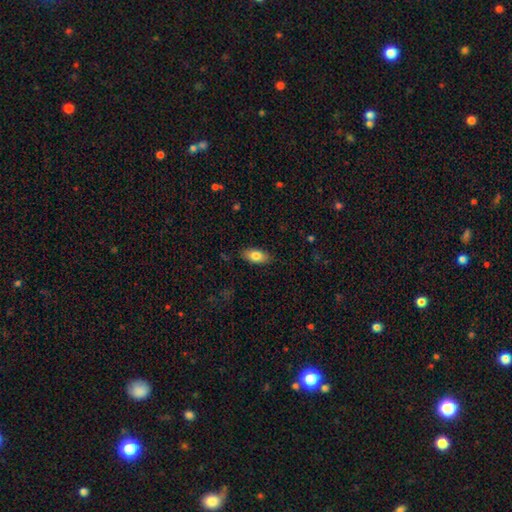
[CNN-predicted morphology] Smooth or featured? smooth (82%)
How rounded? in between (90%)
Merging? none (86%)